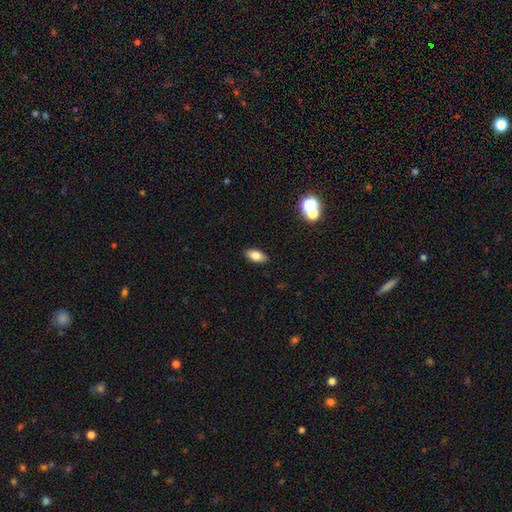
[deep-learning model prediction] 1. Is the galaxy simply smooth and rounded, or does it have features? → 79% smooth, 12% featured or disk, 9% star or artifact.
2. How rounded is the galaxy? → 91% in between, 5% cigar-shaped, 4% round.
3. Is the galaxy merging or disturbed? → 89% none, 8% minor disturbance, 2% major disturbance, 1% merger.